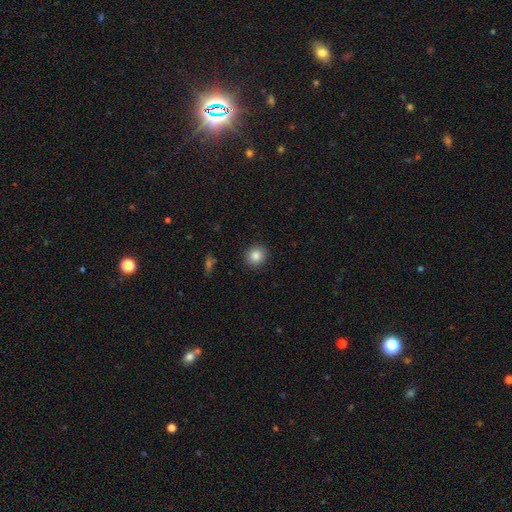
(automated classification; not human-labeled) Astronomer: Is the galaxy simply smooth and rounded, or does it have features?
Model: smooth — 85%.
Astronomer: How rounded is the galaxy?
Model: round — 85%.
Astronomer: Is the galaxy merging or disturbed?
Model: none — 90%.